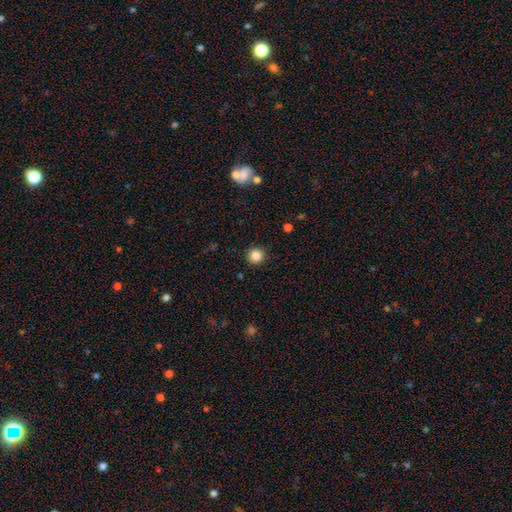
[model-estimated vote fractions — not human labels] A smooth galaxy with no disk features (84%) that is round (94%).

Vote fractions:
- Smooth or featured? smooth: 84% / star or artifact: 11% / featured or disk: 4%
- How rounded? round: 94% / in between: 5% / cigar-shaped: 1%
- Merging? none: 91% / minor disturbance: 6% / major disturbance: 2% / merger: 1%